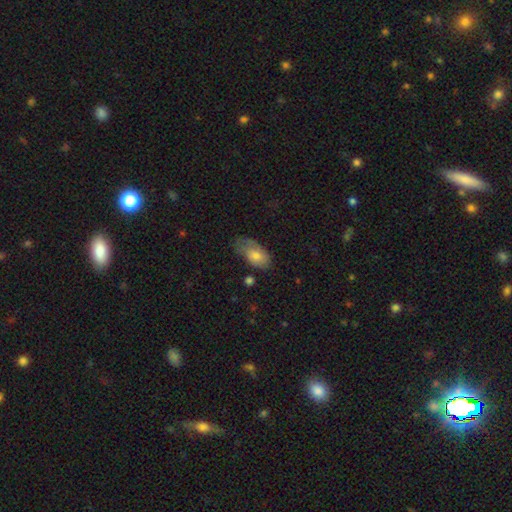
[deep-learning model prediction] Smooth or featured: smooth — 69% (featured or disk — 25%)
How rounded: in between — 92% (round — 5%)
Merging: none — 40% (minor disturbance — 37%)